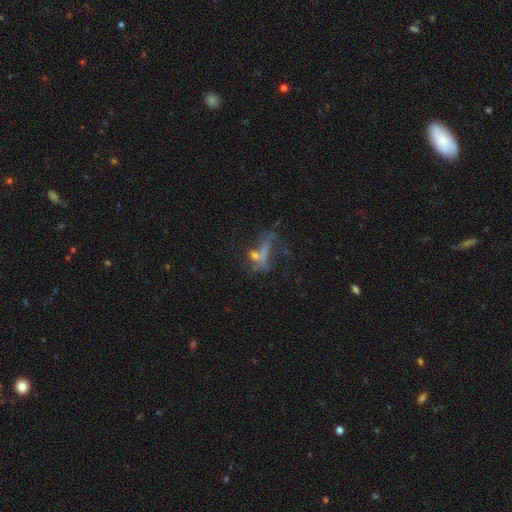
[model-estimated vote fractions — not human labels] Smooth or featured? featured or disk (42%)
Merging? major disturbance (36%)